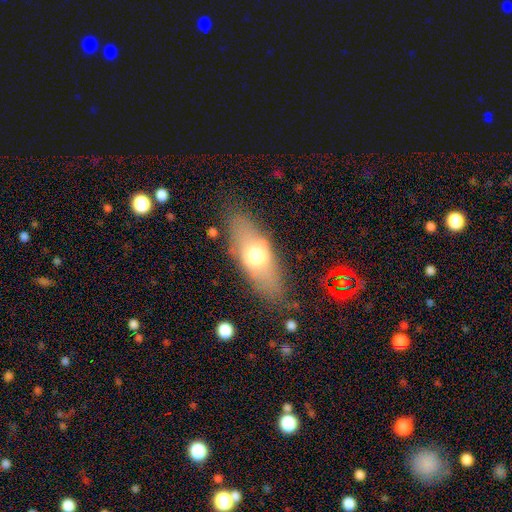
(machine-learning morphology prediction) Smooth or featured? Predicted: smooth (p=0.63). How rounded? Predicted: in between (p=0.74). Merging? Predicted: none (p=0.76).